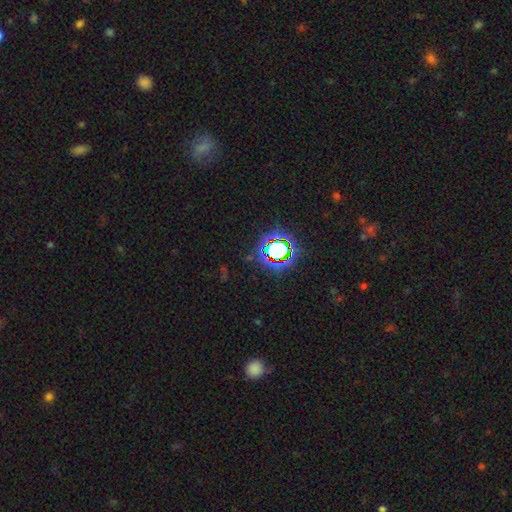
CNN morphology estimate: A star or artifact, not a galaxy (76%).